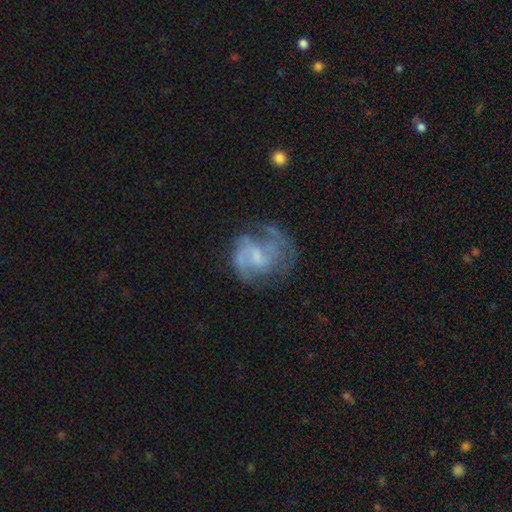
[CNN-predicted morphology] type=featured or disk (78%); edge-on=no (98%); bar=weak (49%); spiral arms=yes (89%); winding=medium (49%); arm count=2 (53%); bulge=small (42%); merging=none (55%).